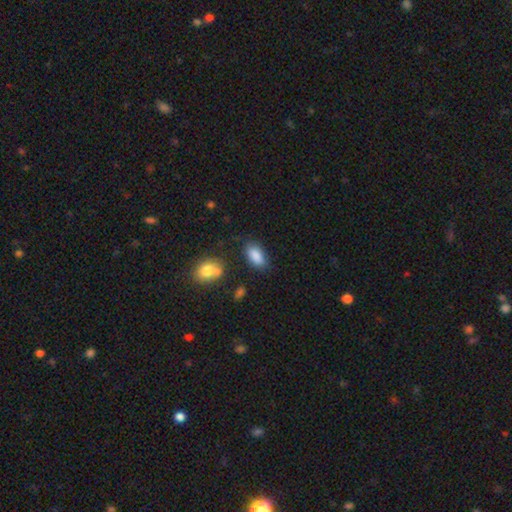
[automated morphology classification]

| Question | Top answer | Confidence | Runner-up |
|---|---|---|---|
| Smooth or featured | smooth | 87% | star or artifact (8%) |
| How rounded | in between | 90% | cigar-shaped (6%) |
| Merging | none | 76% | minor disturbance (16%) |